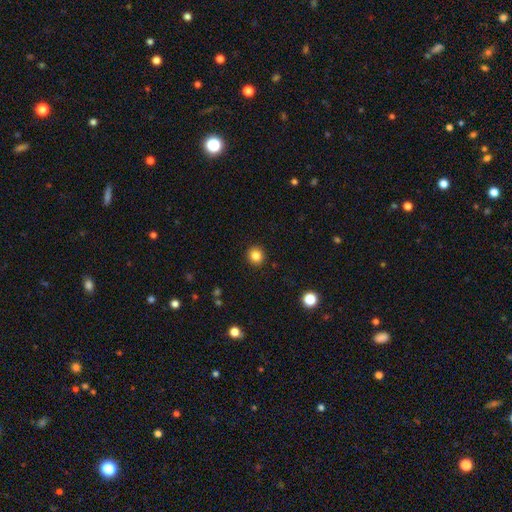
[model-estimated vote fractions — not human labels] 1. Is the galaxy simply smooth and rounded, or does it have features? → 84% smooth, 11% star or artifact, 5% featured or disk.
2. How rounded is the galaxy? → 88% round, 11% in between, 1% cigar-shaped.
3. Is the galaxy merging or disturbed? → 92% none, 5% minor disturbance, 2% major disturbance, 1% merger.